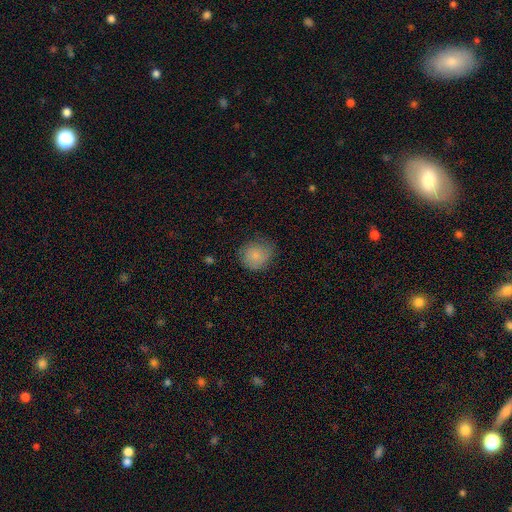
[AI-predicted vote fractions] A smooth galaxy with no disk features (81%) that is round (83%). Merging: none (71%).